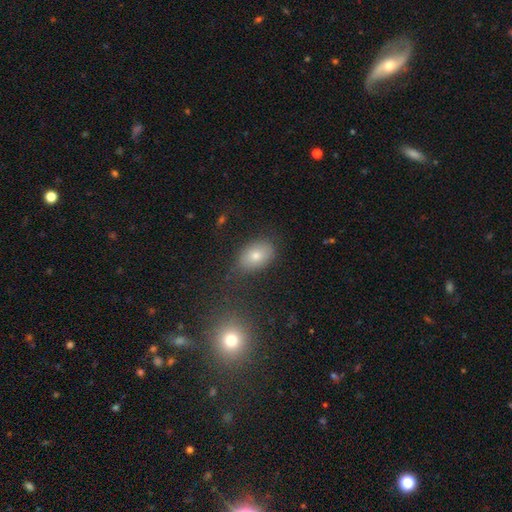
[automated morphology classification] This is likely a smooth galaxy (76%). How rounded: clearly in between (83%). Merging: likely none (77%).